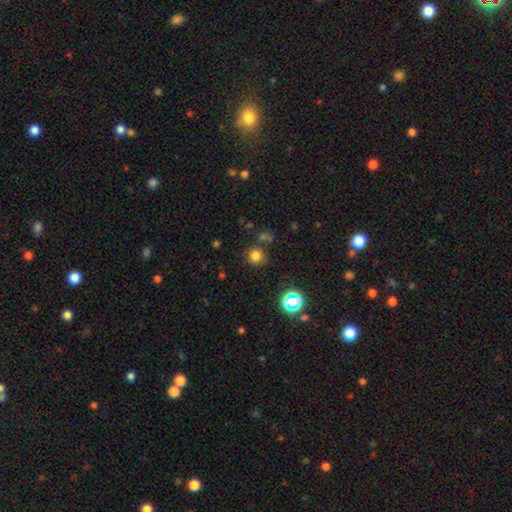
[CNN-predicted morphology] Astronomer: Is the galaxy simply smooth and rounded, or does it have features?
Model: smooth — 74%.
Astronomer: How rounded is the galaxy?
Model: round — 92%.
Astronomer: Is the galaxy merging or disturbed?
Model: none — 80%.